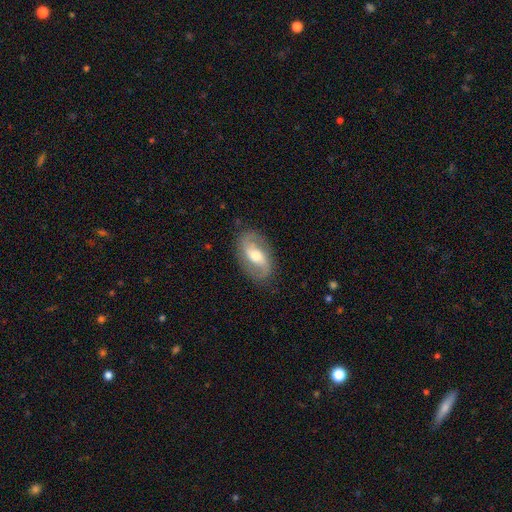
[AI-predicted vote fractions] smooth-or-featured: featured or disk: 79% | smooth: 16% | star or artifact: 6%
  disk-edge-on: no: 95% | yes: 5%
    bar: weak: 44% | no: 33% | strong: 23%
    has-spiral-arms: yes: 91% | no: 9%
      spiral-winding: loose: 45% | medium: 40% | tight: 15%
      spiral-arm-count: 2: 90% | can't tell: 4% | 1: 2% | 3: 1% | 4: 1% | more than 4: 1%
    bulge-size: moderate: 69% | small: 21% | large: 8% | dominant: 1% | none: 1%
  merging: none: 83% | minor disturbance: 12% | major disturbance: 4% | merger: 1%